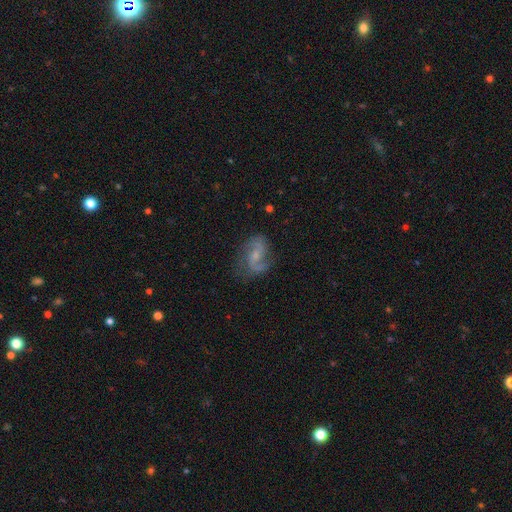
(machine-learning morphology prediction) Smooth or featured? Predicted: featured or disk (p=0.80). Edge-on disk? Predicted: no (p=0.97). Bar? Predicted: weak (p=0.44). Spiral arms? Predicted: yes (p=0.94). Spiral winding? Predicted: loose (p=0.45). Spiral arm count? Predicted: 2 (p=0.85). Bulge size? Predicted: small (p=0.59). Merging? Predicted: none (p=0.66).